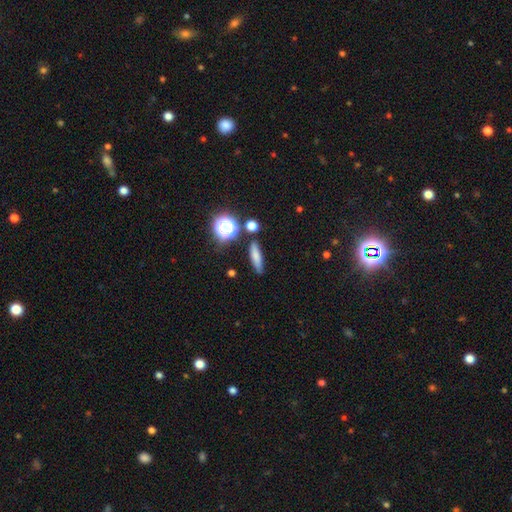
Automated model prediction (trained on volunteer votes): Morphology: type=smooth (71%); roundness=cigar-shaped (60%); merging=none (81%).